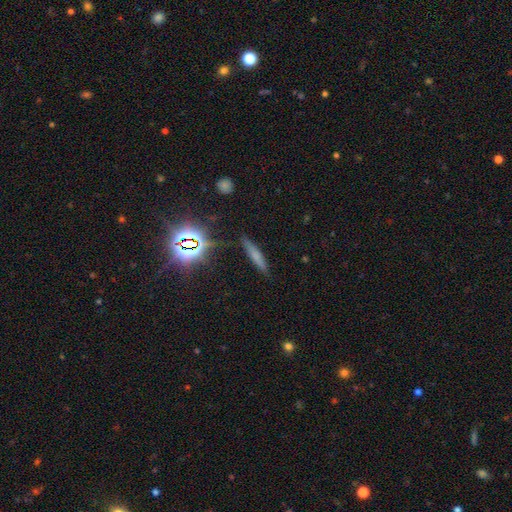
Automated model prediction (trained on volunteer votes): Smooth or featured? smooth (58%)
How rounded? cigar-shaped (88%)
Merging? none (82%)